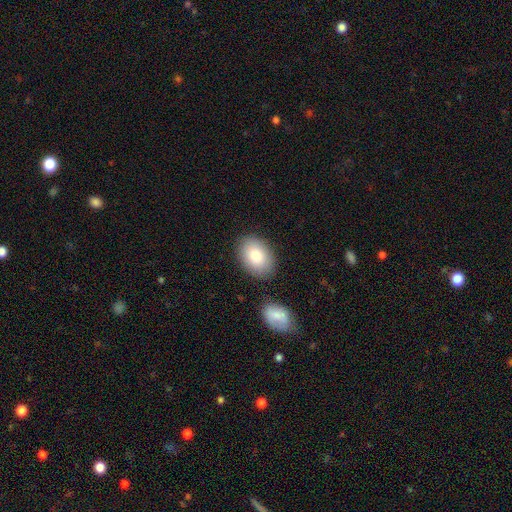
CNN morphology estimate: Smooth or featured?
  - smooth: 83% *
  - featured or disk: 10%
  - star or artifact: 7%
How rounded?
  - in between: 83% *
  - round: 16%
  - cigar-shaped: 1%
Merging?
  - none: 81% *
  - minor disturbance: 11%
  - merger: 5%
  - major disturbance: 3%